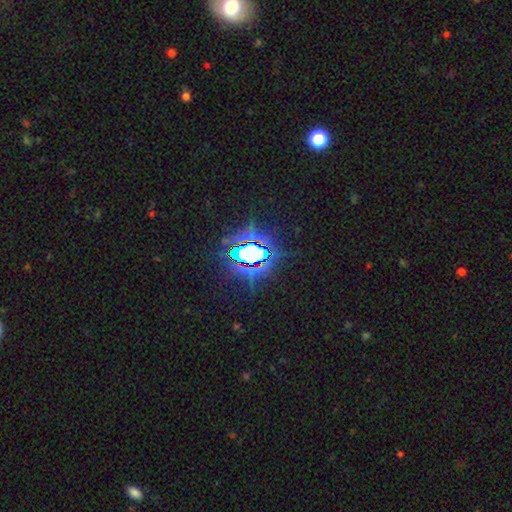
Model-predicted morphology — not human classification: star or artifact 81%, smooth 11%, featured or disk 7%.